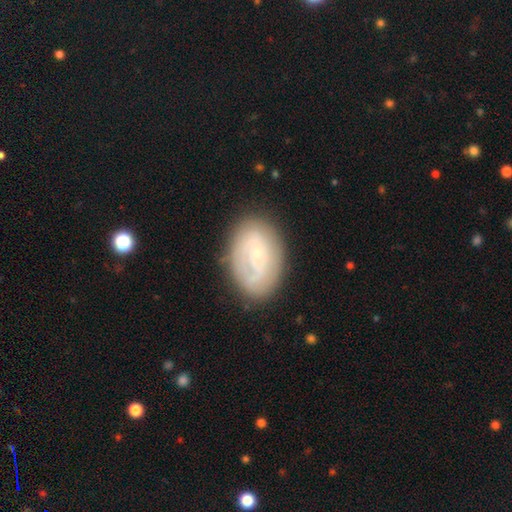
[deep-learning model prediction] This appears to be a featured or disk galaxy (59%) with no bar (72%), spiral arms (57%) and a small central bulge (79%). Merging: none (76%).